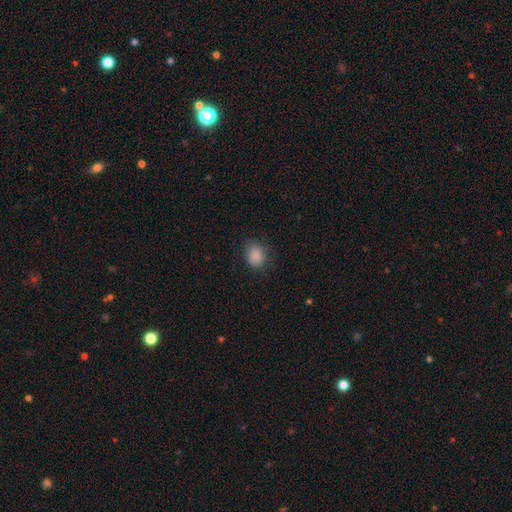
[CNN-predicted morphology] smooth 87%, star or artifact 9%, featured or disk 4%. Down the decision tree: how rounded — in between (60%); merging — none (76%).